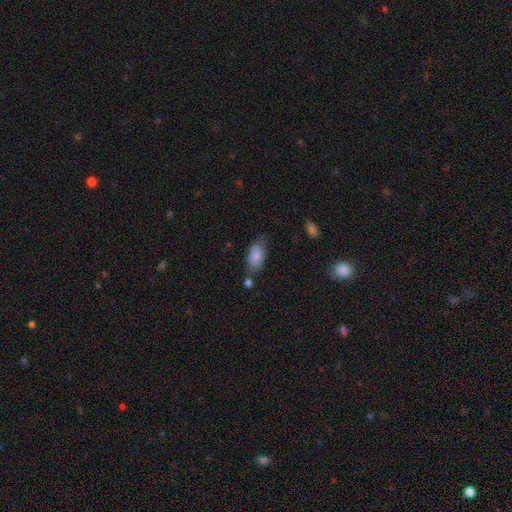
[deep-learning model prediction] A smooth galaxy with no disk features (69%) that is in between round and cigar-shaped (90%).

Vote fractions:
- Smooth or featured? smooth: 69% / featured or disk: 24% / star or artifact: 7%
- How rounded? in between: 90% / cigar-shaped: 6% / round: 4%
- Merging? none: 59% / minor disturbance: 26% / merger: 7% / major disturbance: 7%